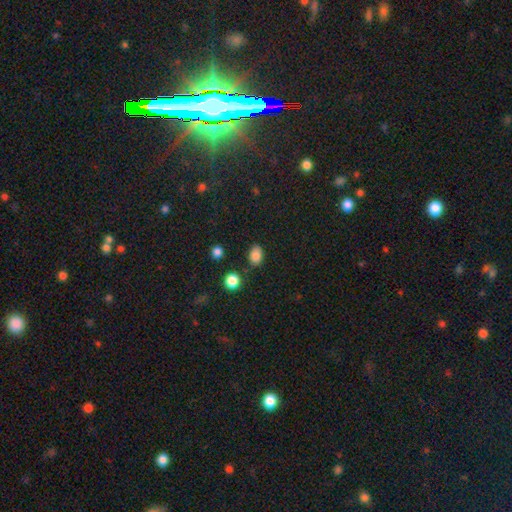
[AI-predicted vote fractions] Overall: smooth (85%). How rounded: in between (76%). Merging: none (80%).